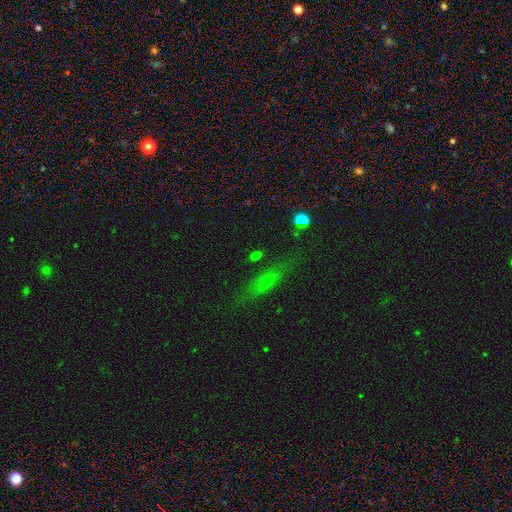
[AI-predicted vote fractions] A smooth galaxy with no disk features (54%) that is in between round and cigar-shaped (49%). Merging: none (77%).